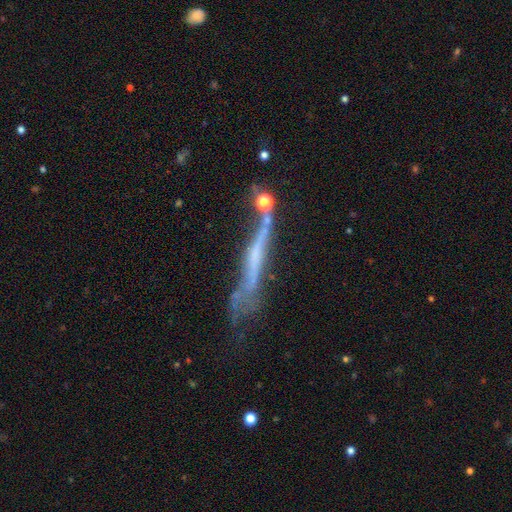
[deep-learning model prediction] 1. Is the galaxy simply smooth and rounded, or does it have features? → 66% featured or disk, 23% smooth, 11% star or artifact.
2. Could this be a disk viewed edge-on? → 85% yes, 15% no.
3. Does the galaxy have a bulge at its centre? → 68% none, 21% rounded, 11% boxy.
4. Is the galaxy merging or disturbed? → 41% none, 25% minor disturbance, 19% major disturbance, 15% merger.